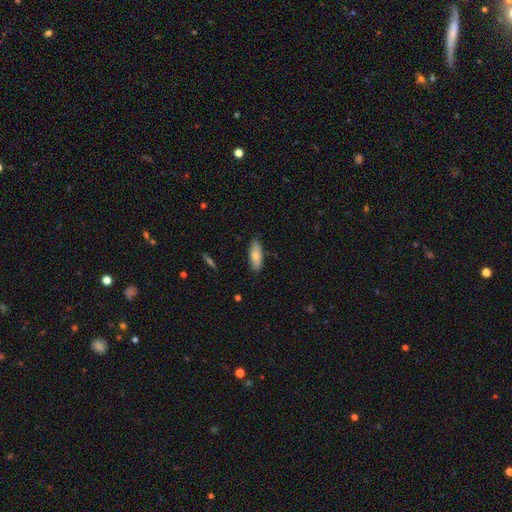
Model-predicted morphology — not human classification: Smooth or featured? smooth (74%)
How rounded? in between (75%)
Merging? none (87%)